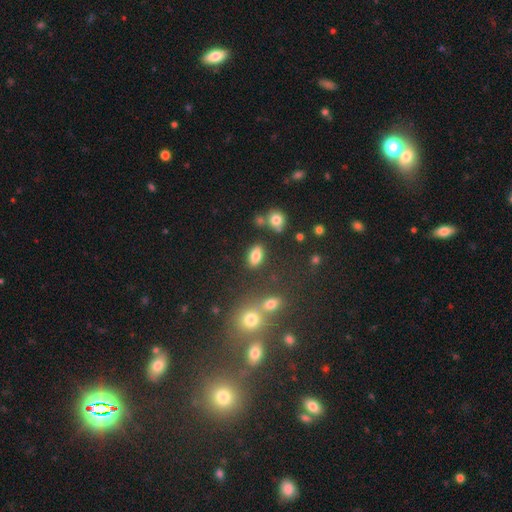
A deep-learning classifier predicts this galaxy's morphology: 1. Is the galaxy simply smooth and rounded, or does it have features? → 81% smooth, 10% star or artifact, 9% featured or disk.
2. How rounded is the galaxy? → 88% in between, 9% round, 3% cigar-shaped.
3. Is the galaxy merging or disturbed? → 81% none, 10% minor disturbance, 6% merger, 3% major disturbance.